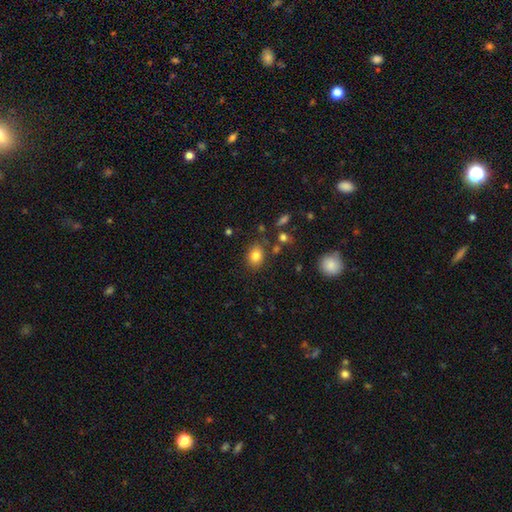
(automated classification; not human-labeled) This is clearly a smooth galaxy (82%). How rounded: possibly in between (57%). Merging: likely none (80%).